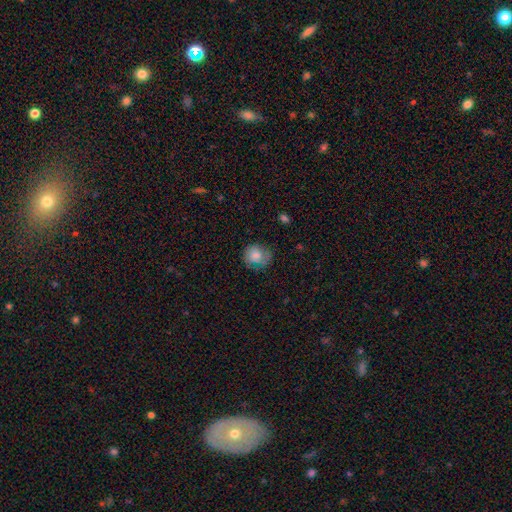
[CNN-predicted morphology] This appears to be a smooth galaxy with no disk features (74%) that is round (77%). Merging: none (63%).